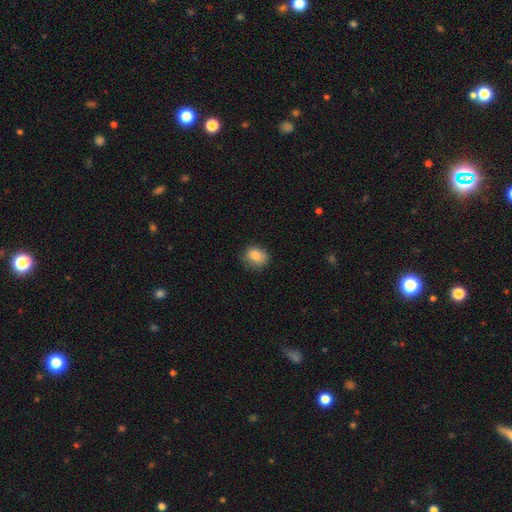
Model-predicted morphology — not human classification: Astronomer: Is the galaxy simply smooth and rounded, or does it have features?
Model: smooth — 84%.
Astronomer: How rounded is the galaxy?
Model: round — 59% (runner-up: in between, 40%).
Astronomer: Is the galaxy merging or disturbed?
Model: none — 75%.